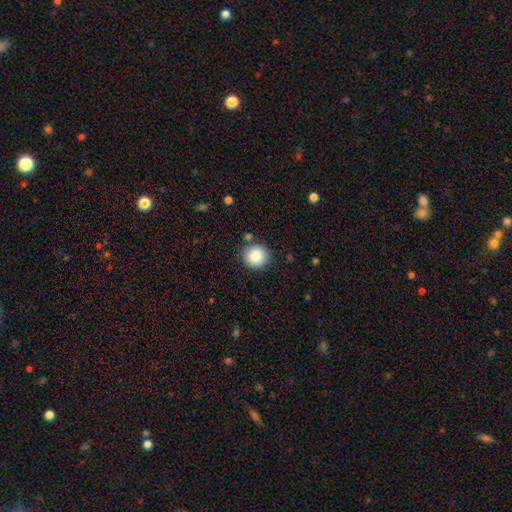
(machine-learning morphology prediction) Q: Smooth or featured?
A: smooth (85%); runner-up: star or artifact (9%)
Q: How rounded?
A: round (93%); runner-up: in between (6%)
Q: Merging?
A: none (86%); runner-up: minor disturbance (8%)